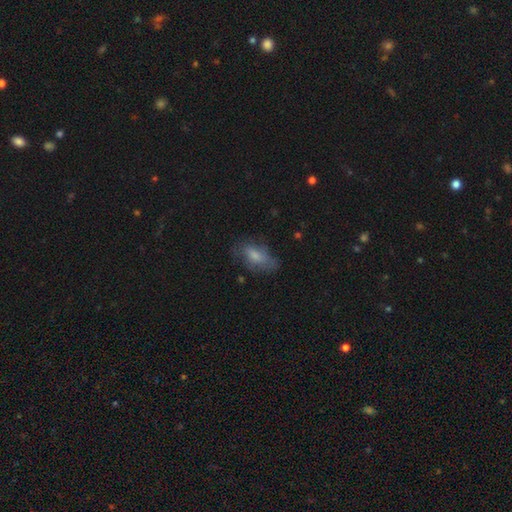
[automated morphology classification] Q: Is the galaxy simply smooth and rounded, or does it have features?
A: smooth — 68%.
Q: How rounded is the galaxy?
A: in between — 85%.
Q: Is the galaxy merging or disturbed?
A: none — 54%.